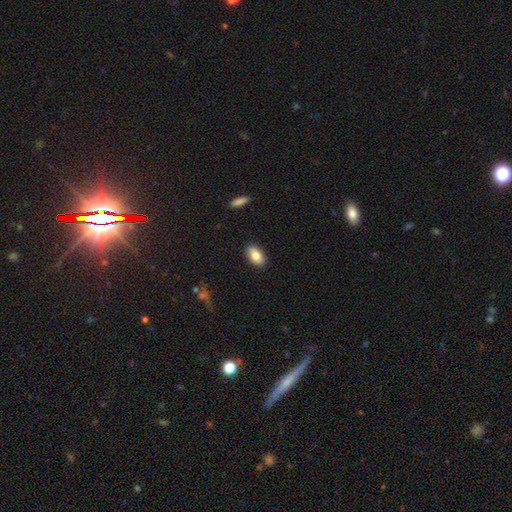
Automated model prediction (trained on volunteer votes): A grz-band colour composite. It shows a smooth galaxy with no disk features (83%) that is in between round and cigar-shaped (92%). Merging: none (89%).